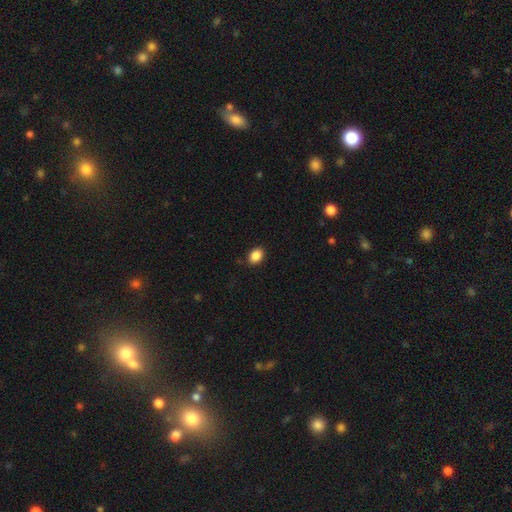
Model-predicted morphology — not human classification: smooth_or_featured: smooth (p=0.88) [alt: star or artifact p=0.09]
how_rounded: in between (p=0.71) [alt: round p=0.28]
merging: none (p=0.88) [alt: minor disturbance p=0.09]